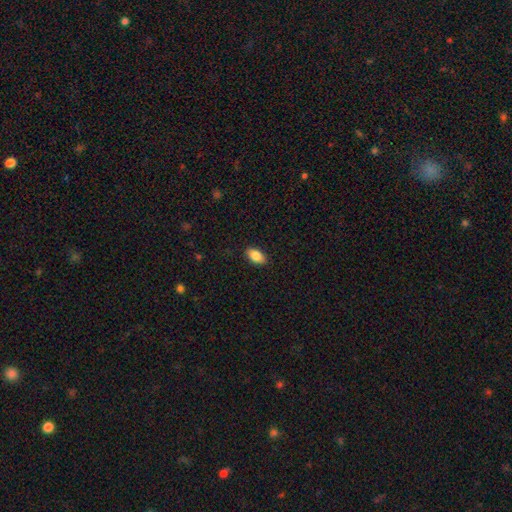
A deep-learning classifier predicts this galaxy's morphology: Q: Smooth or featured?
A: smooth (85%); runner-up: featured or disk (8%)
Q: How rounded?
A: in between (92%); runner-up: round (5%)
Q: Merging?
A: none (89%); runner-up: minor disturbance (8%)